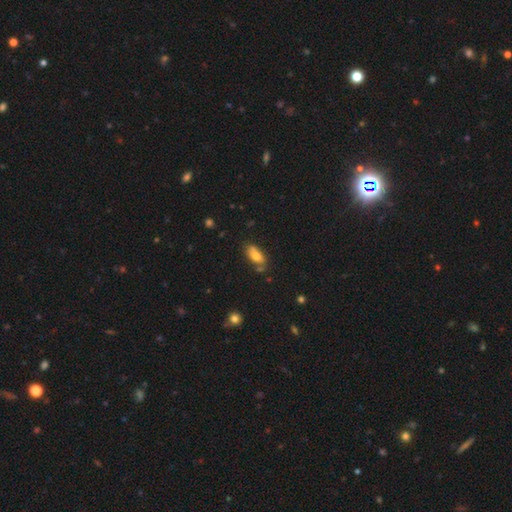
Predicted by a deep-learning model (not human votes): This is likely a smooth galaxy (75%). How rounded: clearly in between (85%). Merging: likely none (67%).